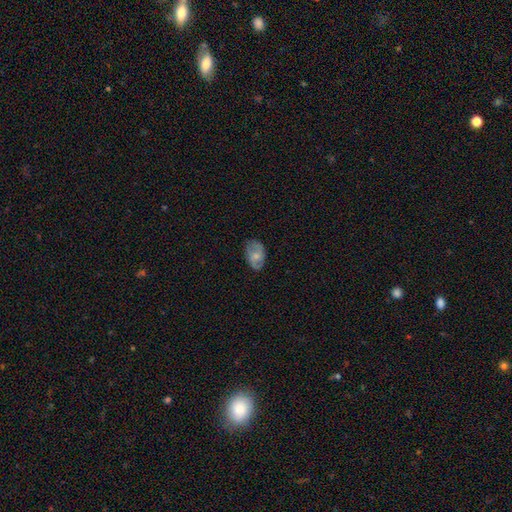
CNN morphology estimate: Smooth or featured: smooth — 58% (featured or disk — 35%)
How rounded: in between — 87% (round — 12%)
Merging: none — 71% (minor disturbance — 22%)